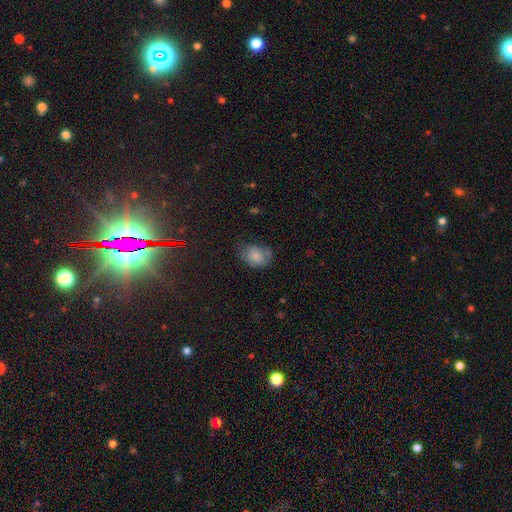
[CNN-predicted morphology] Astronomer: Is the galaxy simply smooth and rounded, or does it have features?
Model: smooth — 77%.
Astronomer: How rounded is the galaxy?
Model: in between — 62%.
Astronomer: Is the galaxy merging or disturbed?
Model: none — 50% (runner-up: minor disturbance, 34%).